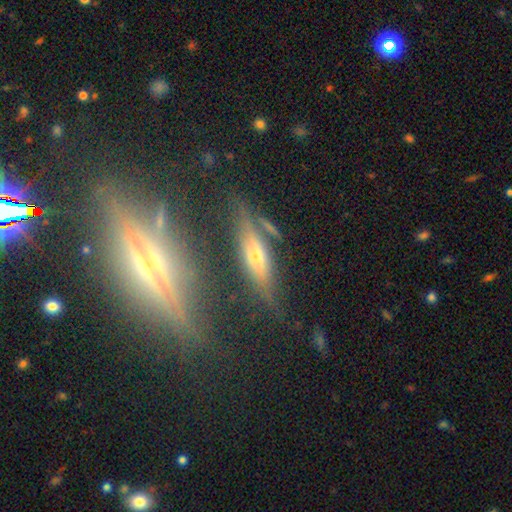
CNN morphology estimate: A featured or disk galaxy (56%) viewed edge-on (82%). Merging: none (71%).